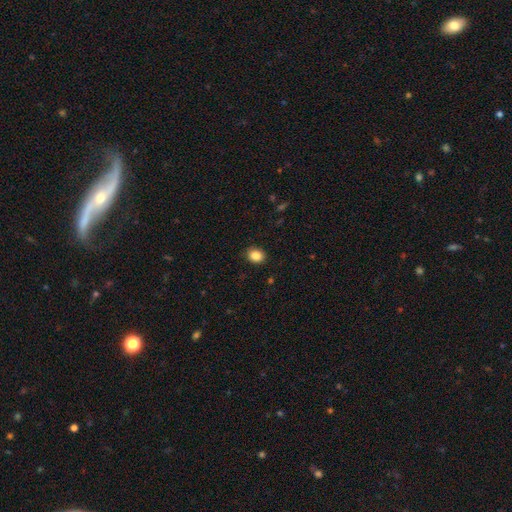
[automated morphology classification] This is clearly a smooth galaxy (87%). How rounded: possibly round (51%). Merging: clearly none (89%).